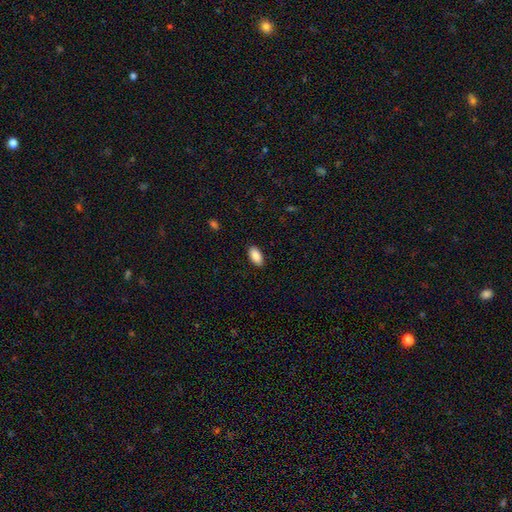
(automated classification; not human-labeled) Smooth or featured? smooth (89%)
How rounded? in between (93%)
Merging? none (88%)